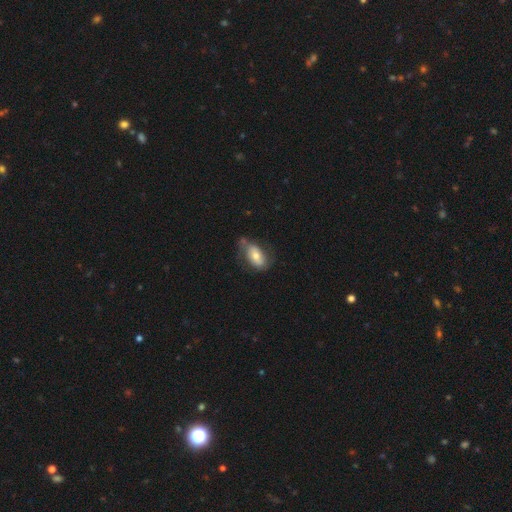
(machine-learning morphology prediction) The model was most divided on "merging": none: 49%, minor disturbance: 30%, major disturbance: 15%, merger: 7%. More confident: how rounded — in between (89%); smooth or featured — smooth (56%).